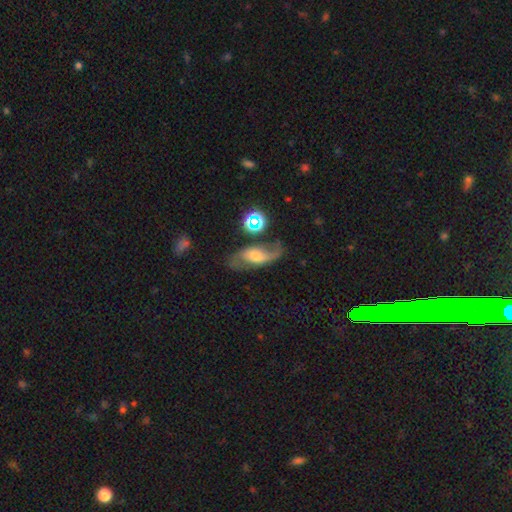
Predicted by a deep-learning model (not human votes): featured or disk 66%, smooth 23%, star or artifact 11%. Down the decision tree: edge-on disk — no (89%); bar — no (45%); spiral arms — yes (87%); spiral arm count — 2 (81%); spiral winding — loose (62%); bulge size — moderate (53%); merging — none (59%).